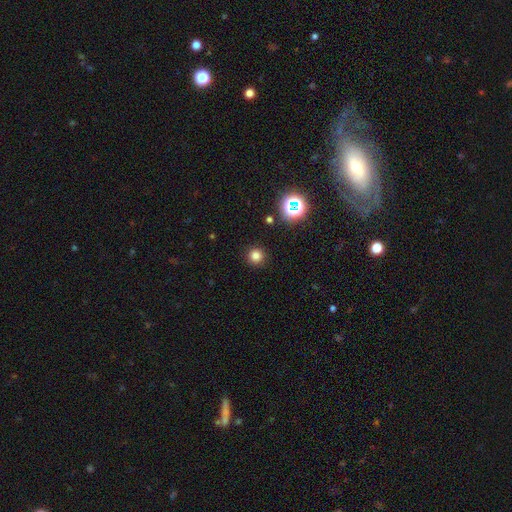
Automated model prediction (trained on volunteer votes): smooth-or-featured: smooth: 77% | star or artifact: 18% | featured or disk: 5%
  how-rounded: round: 95% | in between: 4% | cigar-shaped: 1%
  merging: none: 91% | minor disturbance: 5% | major disturbance: 2% | merger: 1%